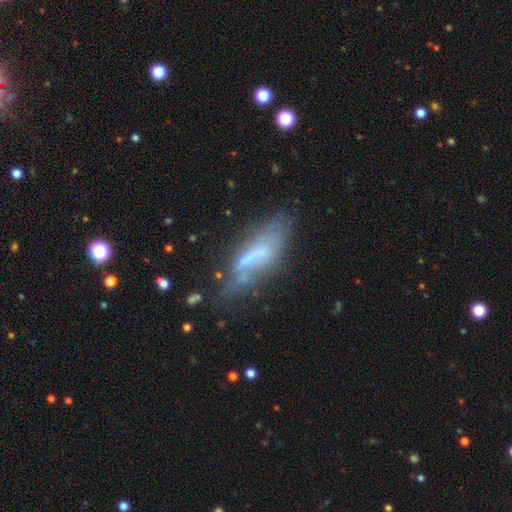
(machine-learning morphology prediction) type=featured or disk (47%); merging=none (44%).